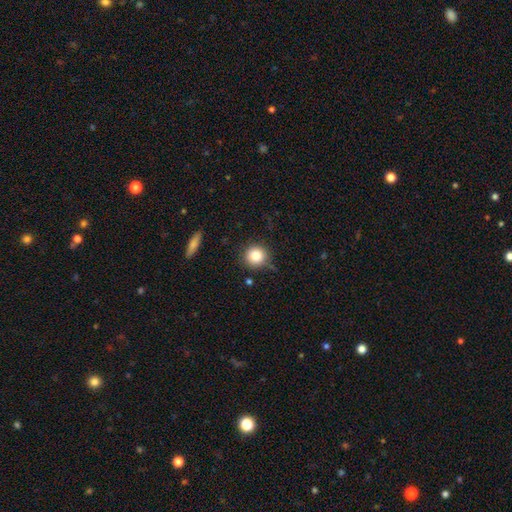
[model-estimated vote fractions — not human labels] smooth_or_featured: smooth (p=0.83) [alt: star or artifact p=0.10]
how_rounded: round (p=0.93) [alt: in between p=0.06]
merging: none (p=0.83) [alt: minor disturbance p=0.11]